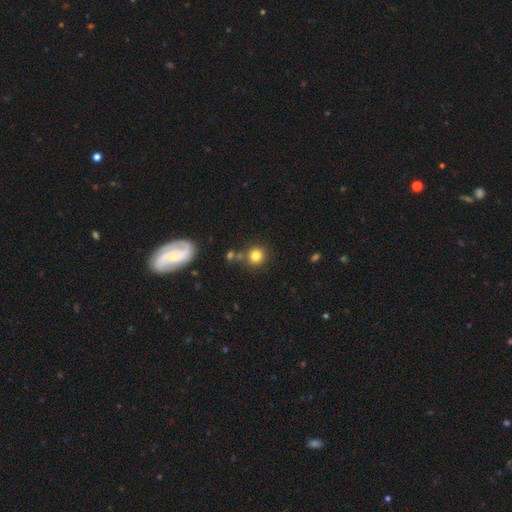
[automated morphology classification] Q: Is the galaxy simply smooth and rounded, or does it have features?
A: smooth — 80%.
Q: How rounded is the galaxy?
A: round — 90%.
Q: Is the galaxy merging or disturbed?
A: none — 76%.